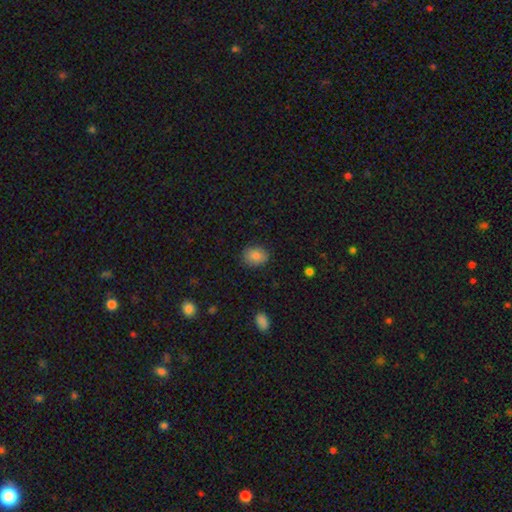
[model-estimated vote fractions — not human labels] This is clearly a smooth galaxy (86%). How rounded: possibly in between (56%). Merging: clearly none (83%).